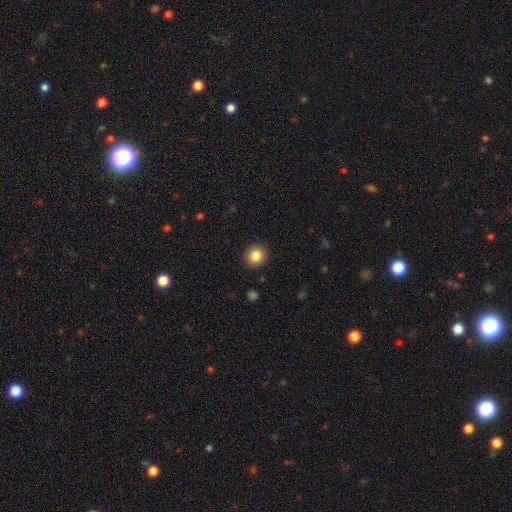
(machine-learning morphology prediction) type=smooth (85%); roundness=round (90%); merging=none (92%).